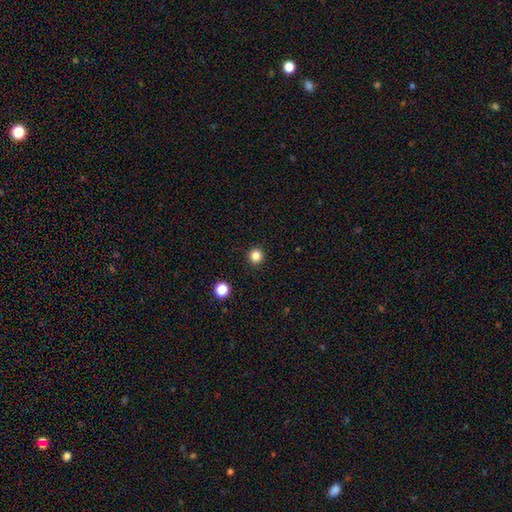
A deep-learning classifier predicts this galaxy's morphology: type=smooth (83%); roundness=round (94%); merging=none (93%).